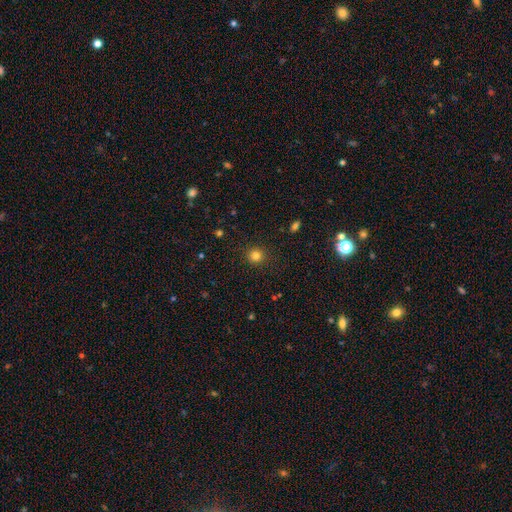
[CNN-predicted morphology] A smooth galaxy with no disk features (81%) that is round (92%).

Vote fractions:
- Smooth or featured? smooth: 81% / star or artifact: 14% / featured or disk: 5%
- How rounded? round: 92% / in between: 7% / cigar-shaped: 1%
- Merging? none: 91% / minor disturbance: 6% / major disturbance: 2% / merger: 1%